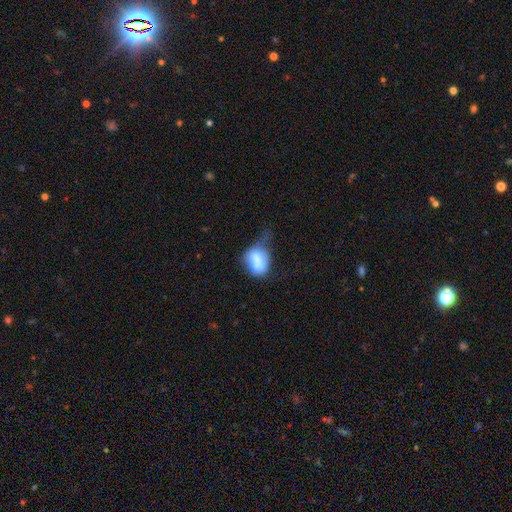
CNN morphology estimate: The model was most divided on "how rounded": in between: 61%, round: 37%, cigar-shaped: 2%. More confident: smooth or featured — smooth (60%); merging — merger (50%).